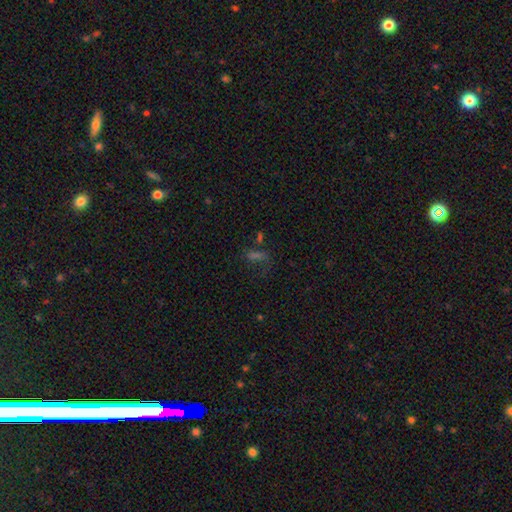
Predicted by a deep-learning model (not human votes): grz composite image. It shows a smooth galaxy with no disk features (44%). Merging: none (47%).